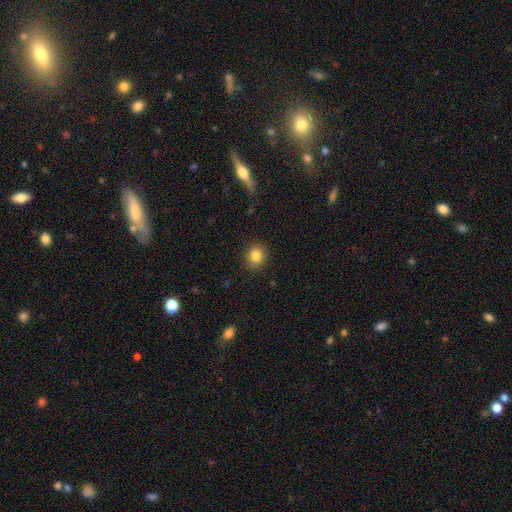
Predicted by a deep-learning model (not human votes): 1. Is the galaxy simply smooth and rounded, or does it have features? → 84% smooth, 11% star or artifact, 6% featured or disk.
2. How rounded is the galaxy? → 76% round, 23% in between, 1% cigar-shaped.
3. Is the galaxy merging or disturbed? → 89% none, 7% minor disturbance, 2% major disturbance, 1% merger.